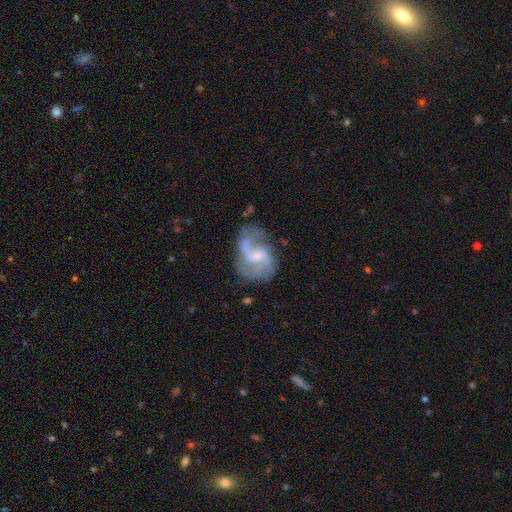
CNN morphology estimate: Q: Smooth or featured?
A: featured or disk (83%); runner-up: smooth (11%)
Q: Edge-on disk?
A: no (98%); runner-up: yes (2%)
Q: Bar?
A: weak (57%); runner-up: no (29%)
Q: Spiral arms?
A: yes (91%); runner-up: no (9%)
Q: Spiral winding?
A: medium (45%); runner-up: loose (42%)
Q: Spiral arm count?
A: 2 (67%); runner-up: can't tell (13%)
Q: Bulge size?
A: small (49%); runner-up: moderate (29%)
Q: Merging?
A: none (55%); runner-up: minor disturbance (22%)